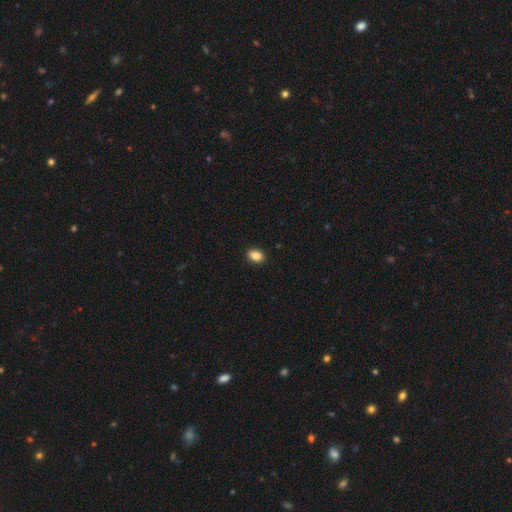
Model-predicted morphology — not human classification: Smooth or featured? Predicted: smooth (p=0.86). How rounded? Predicted: in between (p=0.81). Merging? Predicted: none (p=0.90).